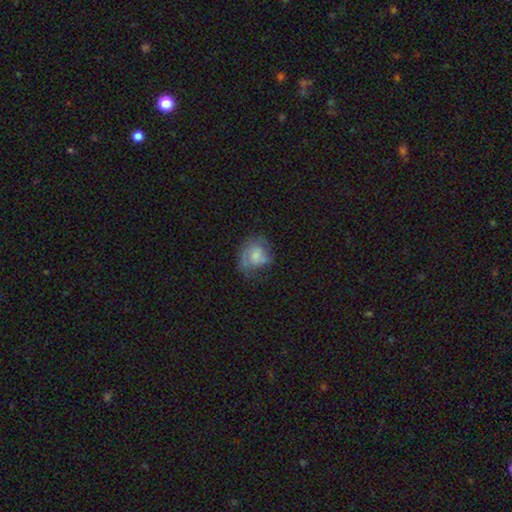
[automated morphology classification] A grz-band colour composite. It shows a smooth galaxy with no disk features (47%). Merging: none (46%).